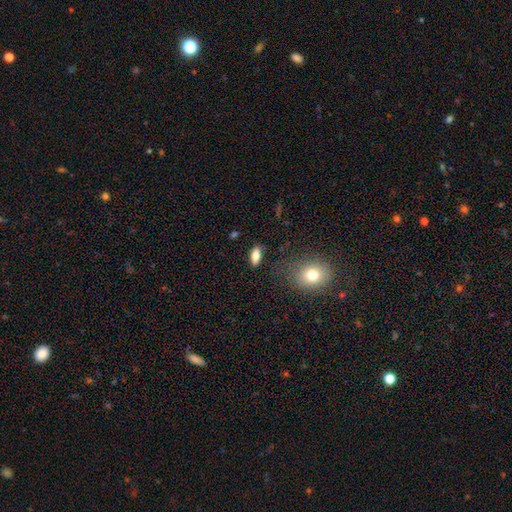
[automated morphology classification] smooth_or_featured: smooth (p=0.81) [alt: featured or disk p=0.11]
how_rounded: in between (p=0.82) [alt: cigar-shaped p=0.13]
merging: none (p=0.82) [alt: minor disturbance p=0.12]